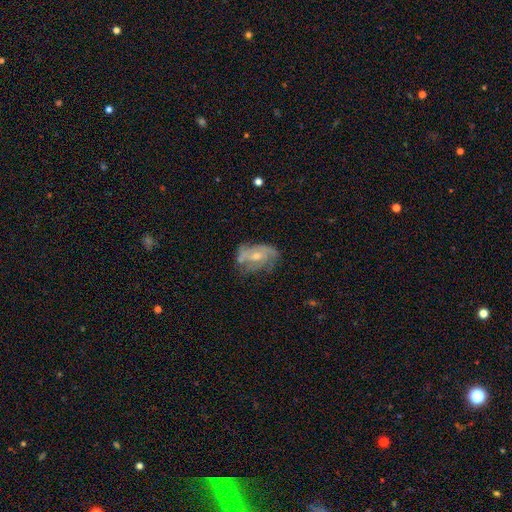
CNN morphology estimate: Overall: featured or disk (74%). Edge-on disk: no (96%). Bar: no (65%; weak 29%). Spiral arms: yes (84%). Spiral arm count: 2 (31%; can't tell 28%). Spiral winding: medium (41%; tight 40%). Bulge size: moderate (52%; small 43%). Merging: none (54%; minor disturbance 27%).